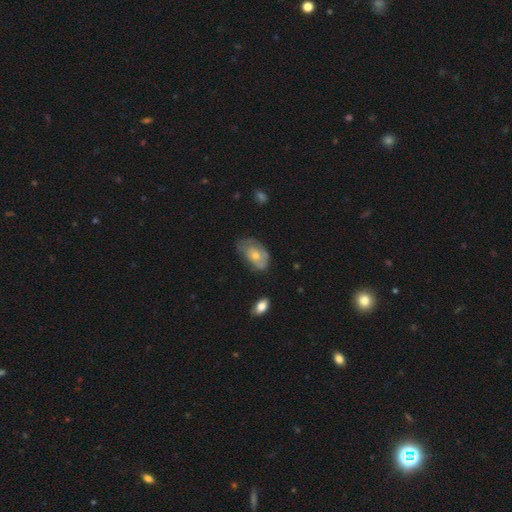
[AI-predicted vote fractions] Q: Smooth or featured?
A: smooth (47%); runner-up: featured or disk (46%)
Q: Merging?
A: none (44%); runner-up: minor disturbance (36%)